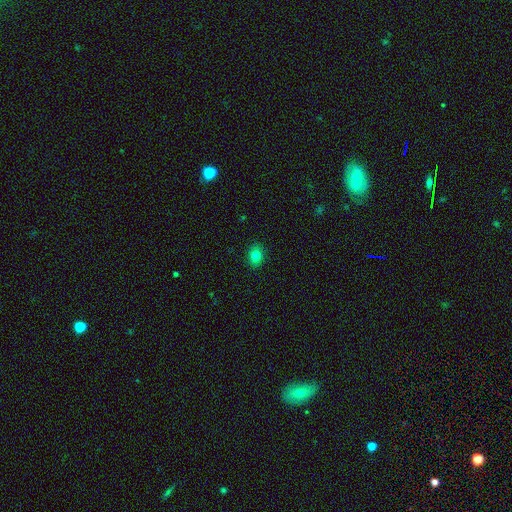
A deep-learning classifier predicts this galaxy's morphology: Smooth or featured?
  - smooth: 80% *
  - star or artifact: 12%
  - featured or disk: 8%
How rounded?
  - in between: 55% *
  - round: 44%
  - cigar-shaped: 1%
Merging?
  - none: 89% *
  - minor disturbance: 9%
  - major disturbance: 2%
  - merger: 1%